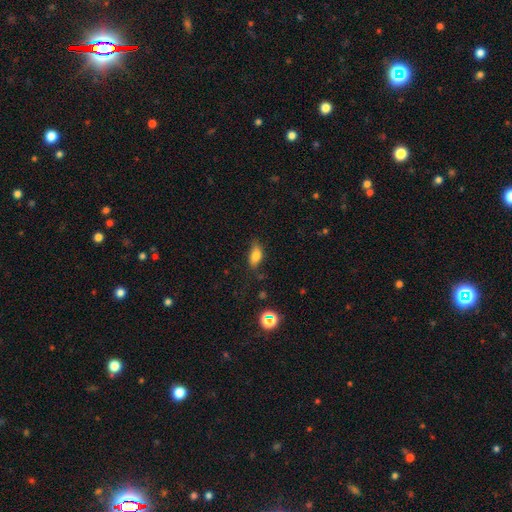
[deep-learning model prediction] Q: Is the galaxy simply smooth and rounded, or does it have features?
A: smooth — 77%.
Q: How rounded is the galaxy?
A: in between — 83%.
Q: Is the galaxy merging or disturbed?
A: none — 67%.